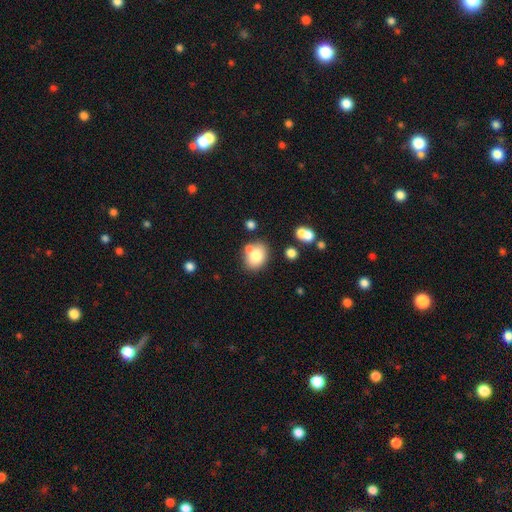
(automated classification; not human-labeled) This is likely a smooth galaxy (77%). How rounded: possibly in between (51%). Merging: likely none (66%).